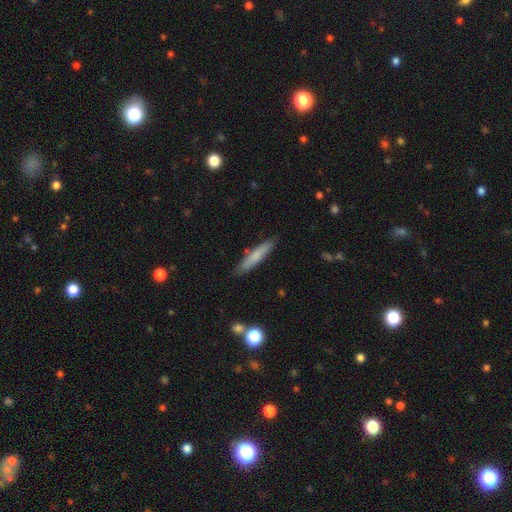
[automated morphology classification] smooth 70%, featured or disk 24%, star or artifact 6%. Down the decision tree: how rounded — cigar-shaped (89%); merging — none (84%).